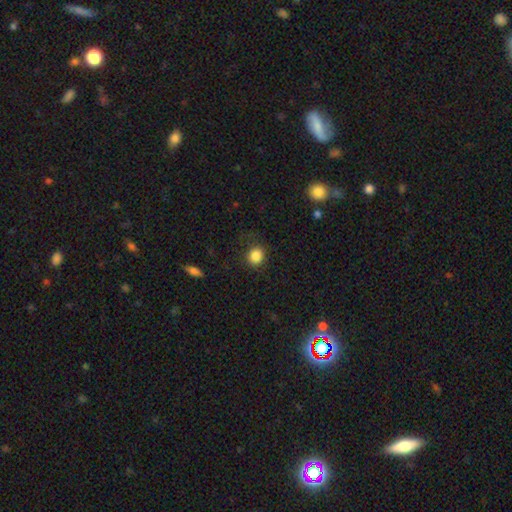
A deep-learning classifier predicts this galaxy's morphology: Smooth or featured?
  - smooth: 85% *
  - star or artifact: 10%
  - featured or disk: 4%
How rounded?
  - round: 83% *
  - in between: 16%
  - cigar-shaped: 1%
Merging?
  - none: 83% *
  - minor disturbance: 11%
  - major disturbance: 4%
  - merger: 1%